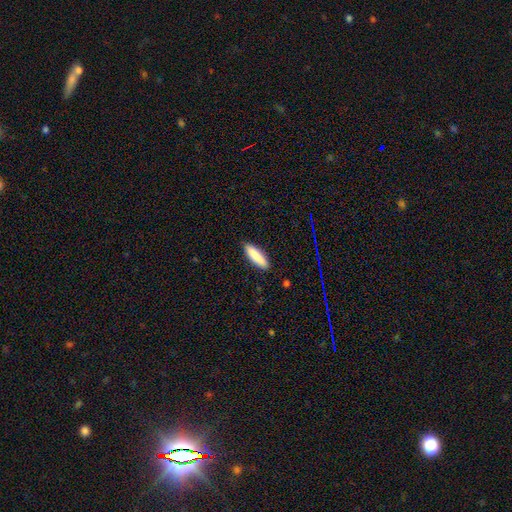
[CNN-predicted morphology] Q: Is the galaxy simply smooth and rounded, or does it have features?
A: smooth — 87%.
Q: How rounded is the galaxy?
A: cigar-shaped — 58%.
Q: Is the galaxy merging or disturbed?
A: none — 88%.